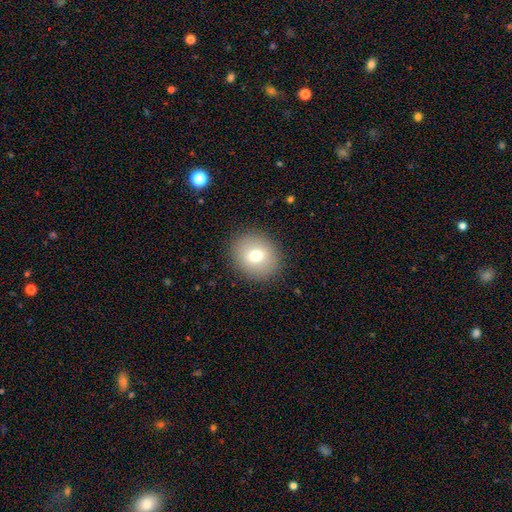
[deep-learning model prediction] A smooth galaxy with no disk features (73%) that is round (75%). Merging: none (89%).